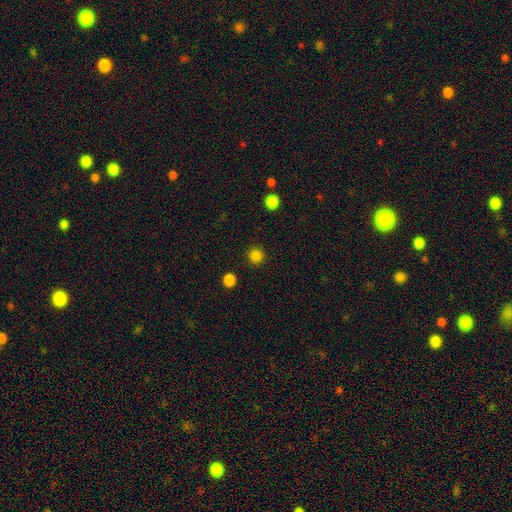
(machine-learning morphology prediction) Overall: smooth (84%). How rounded: round (95%). Merging: none (92%).